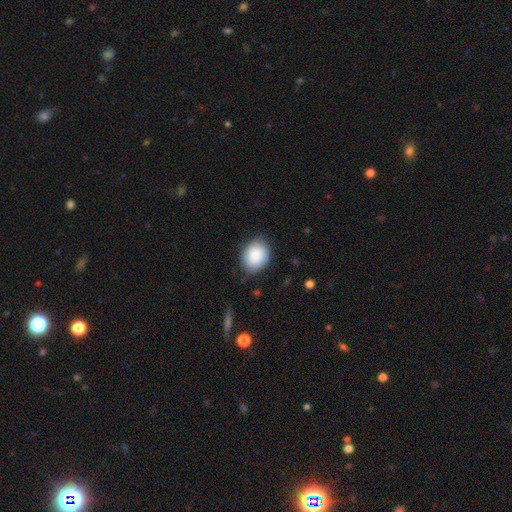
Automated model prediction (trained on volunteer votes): Smooth or featured? smooth (87%)
How rounded? in between (55%)
Merging? none (75%)